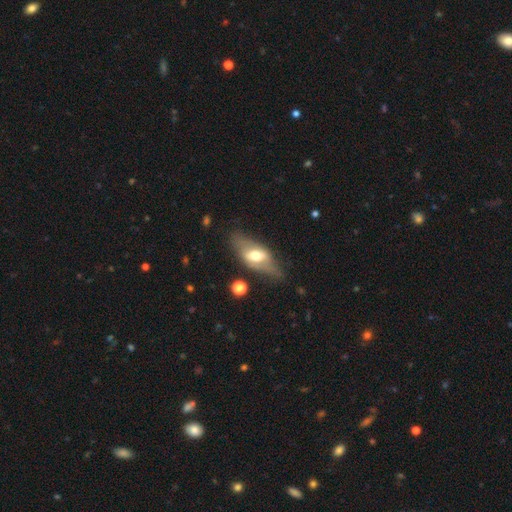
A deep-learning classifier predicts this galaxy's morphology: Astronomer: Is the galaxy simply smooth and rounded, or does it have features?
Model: featured or disk — 54% (runner-up: smooth, 39%).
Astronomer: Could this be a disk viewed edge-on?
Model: no — 54% (runner-up: yes, 46%).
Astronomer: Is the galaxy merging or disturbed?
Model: none — 60%.